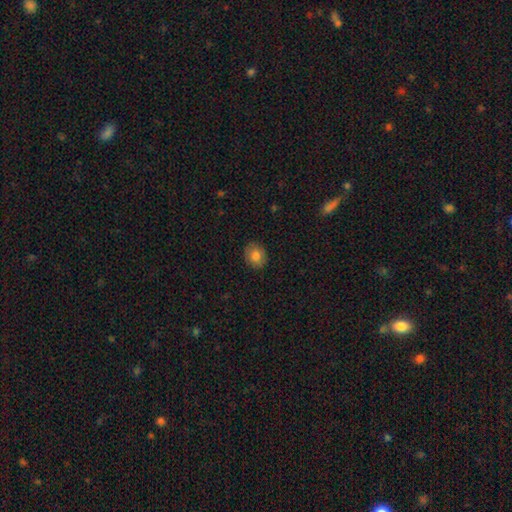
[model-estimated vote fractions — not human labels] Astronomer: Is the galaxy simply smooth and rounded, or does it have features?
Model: smooth — 82%.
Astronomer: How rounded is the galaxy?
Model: round — 58% (runner-up: in between, 41%).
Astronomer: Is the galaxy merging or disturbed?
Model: none — 88%.